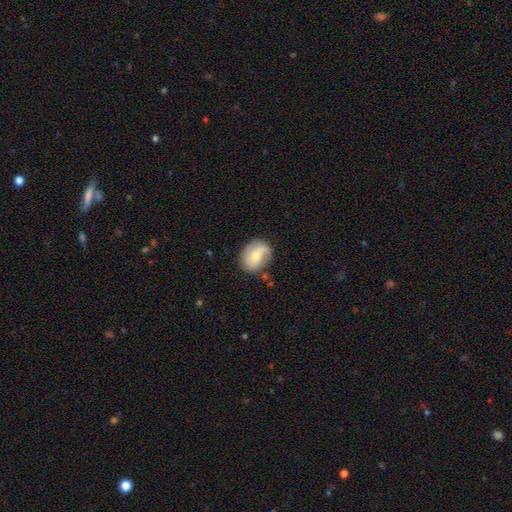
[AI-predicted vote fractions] Smooth or featured: featured or disk — 54% (smooth — 39%)
Edge-on disk: no — 96% (yes — 4%)
Bar: no — 52% (weak — 37%)
Spiral arms: yes — 80% (no — 20%)
Bulge size: moderate — 59% (small — 36%)
Merging: none — 69% (minor disturbance — 22%)